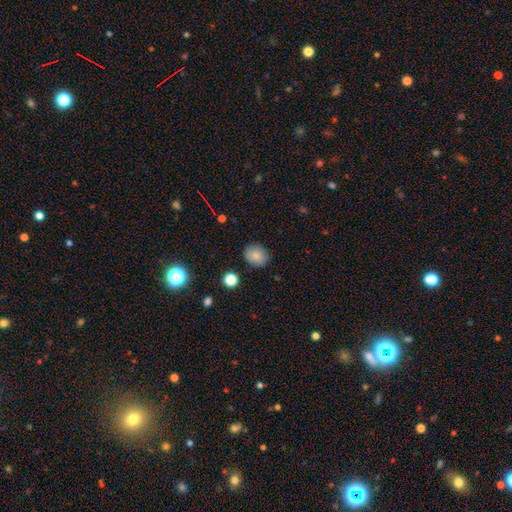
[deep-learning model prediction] This is clearly a smooth galaxy (84%). How rounded: likely round (64%). Merging: clearly none (85%).